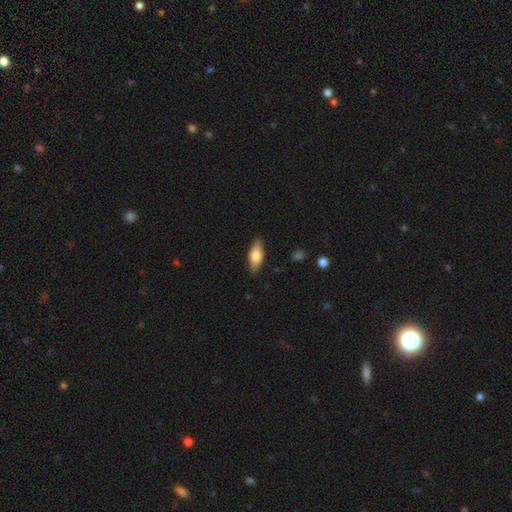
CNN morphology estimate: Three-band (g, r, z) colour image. It shows a smooth galaxy with no disk features (73%) that is in between round and cigar-shaped (73%). Merging: none (86%).